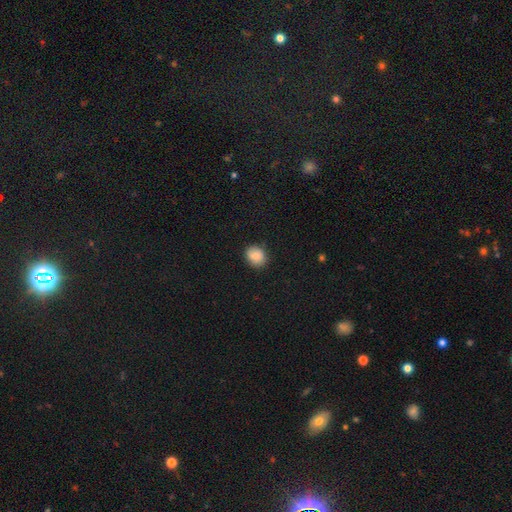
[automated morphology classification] type=smooth (85%); roundness=round (68%); merging=none (87%).